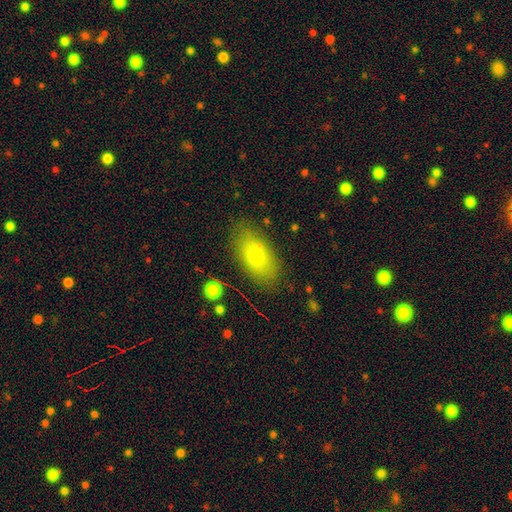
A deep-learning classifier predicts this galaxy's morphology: Smooth or featured? Predicted: smooth (p=0.74). How rounded? Predicted: in between (p=0.90). Merging? Predicted: none (p=0.81).